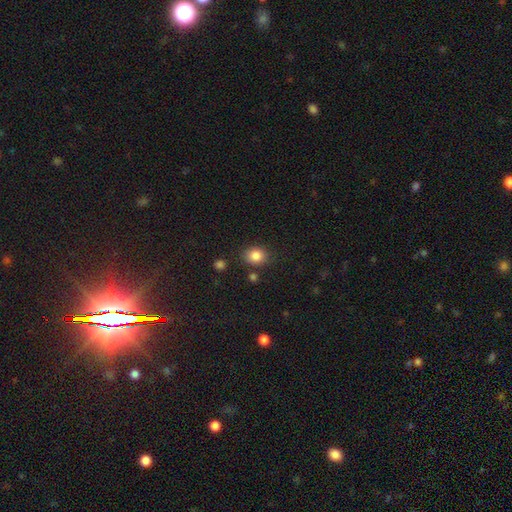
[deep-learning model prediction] Overall: smooth (85%). How rounded: round (59%; in between 40%). Merging: none (81%).